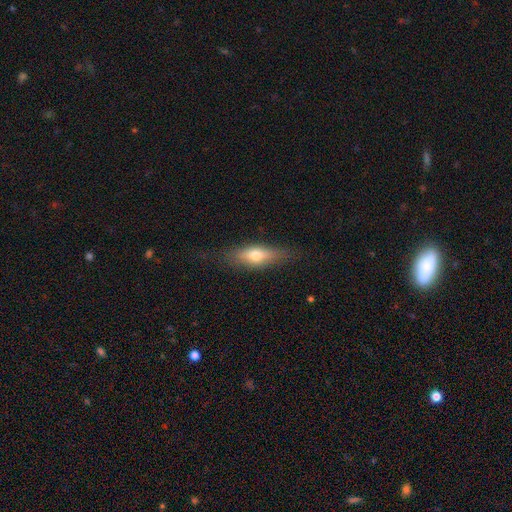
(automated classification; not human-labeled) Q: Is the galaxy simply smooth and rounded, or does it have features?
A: smooth — 63%.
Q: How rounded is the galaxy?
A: in between — 60%.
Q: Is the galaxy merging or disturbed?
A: none — 79%.